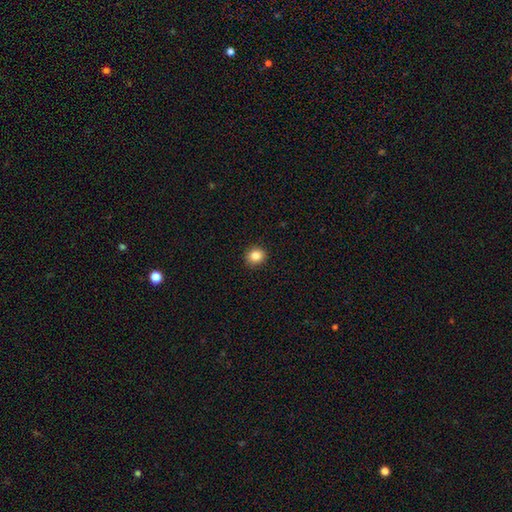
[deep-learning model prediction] This appears to be a smooth galaxy with no disk features (84%) that is round (86%). Merging: none (92%).